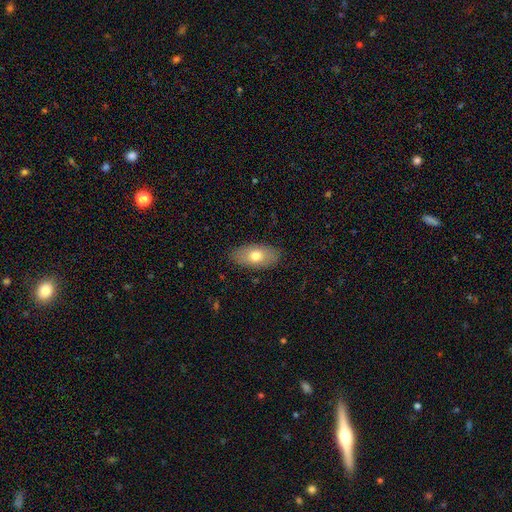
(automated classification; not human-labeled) Smooth or featured: smooth — 70% (featured or disk — 23%)
How rounded: in between — 91% (round — 5%)
Merging: none — 85% (minor disturbance — 11%)